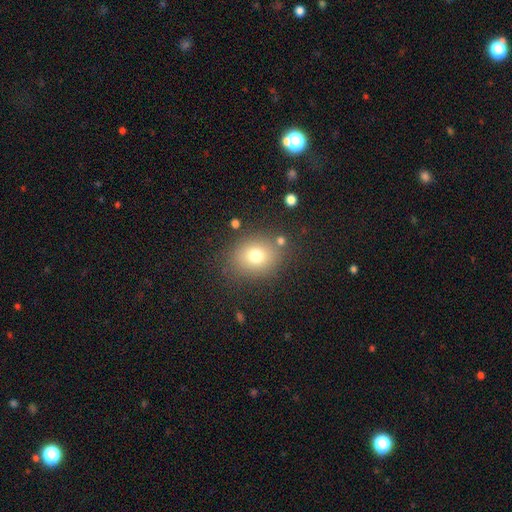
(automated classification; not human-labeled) smooth 74%, star or artifact 14%, featured or disk 12%. Down the decision tree: how rounded — round (66%); merging — none (80%).